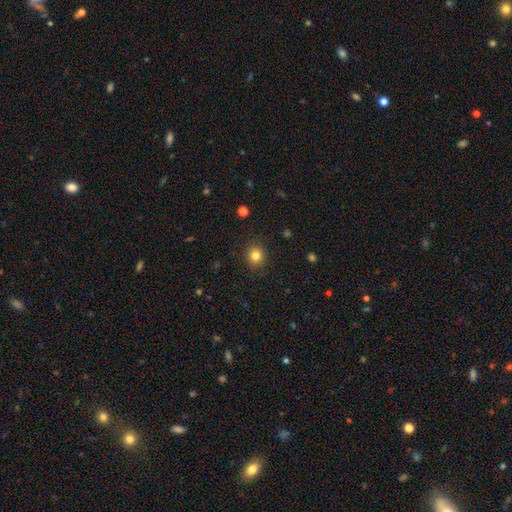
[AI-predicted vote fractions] Smooth or featured? smooth (82%)
How rounded? round (84%)
Merging? none (89%)